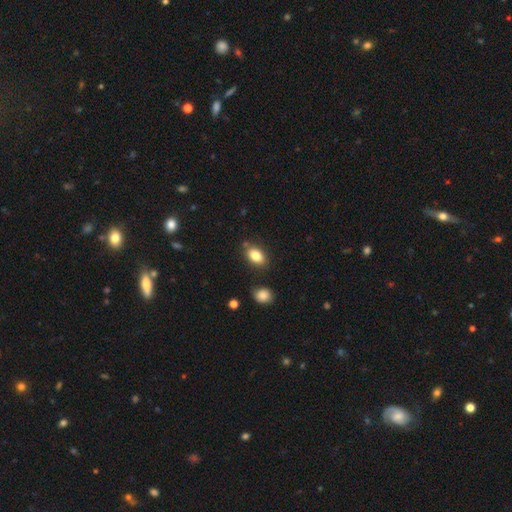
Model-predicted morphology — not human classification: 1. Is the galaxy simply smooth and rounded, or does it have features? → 83% smooth, 8% featured or disk, 8% star or artifact.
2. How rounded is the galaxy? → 87% in between, 11% round, 3% cigar-shaped.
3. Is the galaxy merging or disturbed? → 80% none, 12% minor disturbance, 5% merger, 3% major disturbance.